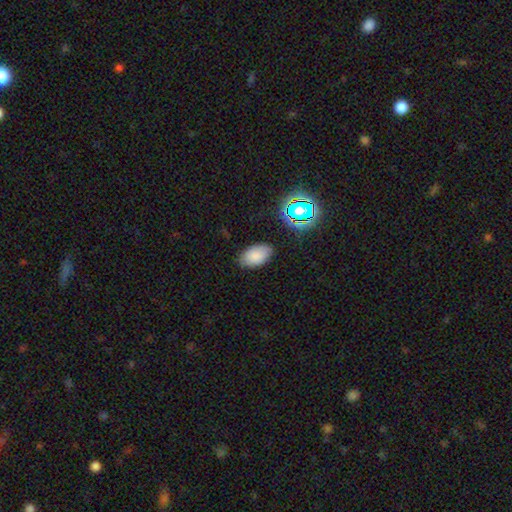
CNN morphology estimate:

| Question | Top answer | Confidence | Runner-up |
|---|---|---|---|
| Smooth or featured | smooth | 82% | star or artifact (12%) |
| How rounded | in between | 93% | round (5%) |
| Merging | none | 83% | minor disturbance (13%) |